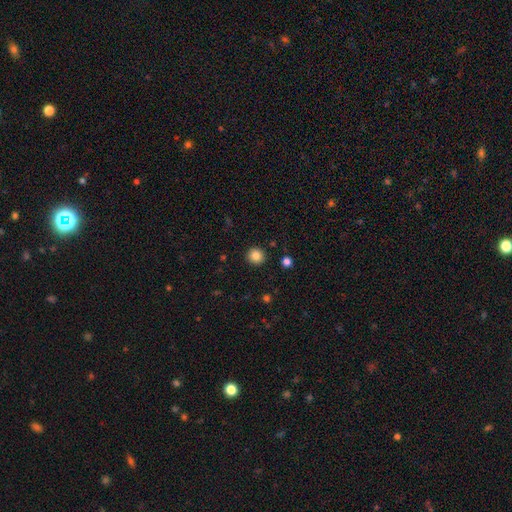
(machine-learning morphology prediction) This is clearly a smooth galaxy (85%). How rounded: clearly round (94%). Merging: clearly none (92%).